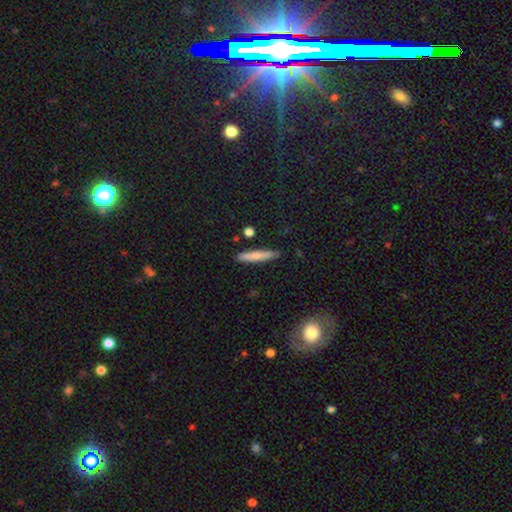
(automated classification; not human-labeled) Smooth or featured?
  - smooth: 73% *
  - featured or disk: 20%
  - star or artifact: 7%
How rounded?
  - cigar-shaped: 91% *
  - in between: 7%
  - round: 2%
Merging?
  - none: 86% *
  - minor disturbance: 10%
  - merger: 3%
  - major disturbance: 2%